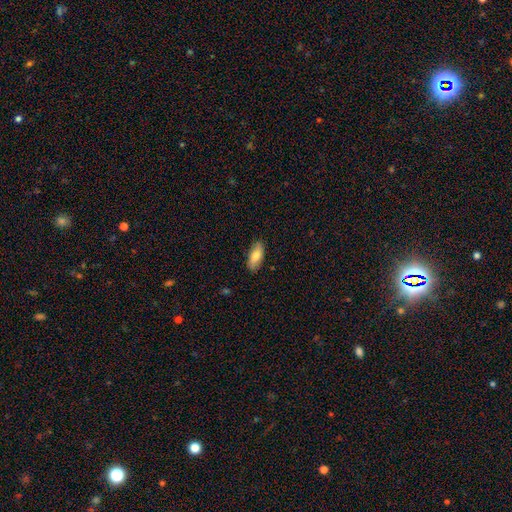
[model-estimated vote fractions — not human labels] Q: Smooth or featured?
A: smooth (75%); runner-up: featured or disk (19%)
Q: How rounded?
A: in between (81%); runner-up: cigar-shaped (17%)
Q: Merging?
A: none (85%); runner-up: minor disturbance (12%)